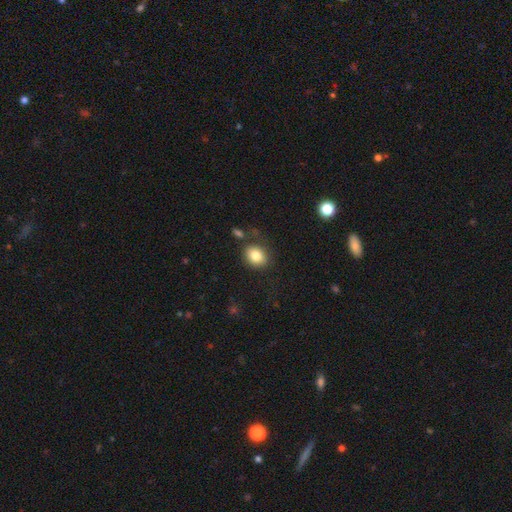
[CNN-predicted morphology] smooth 83%, star or artifact 9%, featured or disk 8%. Down the decision tree: how rounded — round (50%); merging — none (78%).